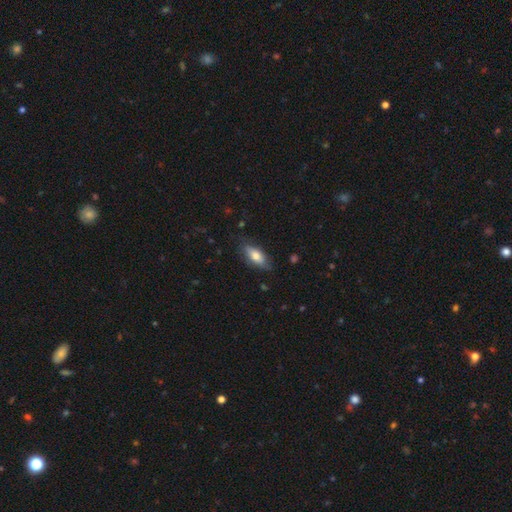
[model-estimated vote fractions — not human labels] This is likely a smooth galaxy (73%). How rounded: likely in between (79%). Merging: likely none (75%).